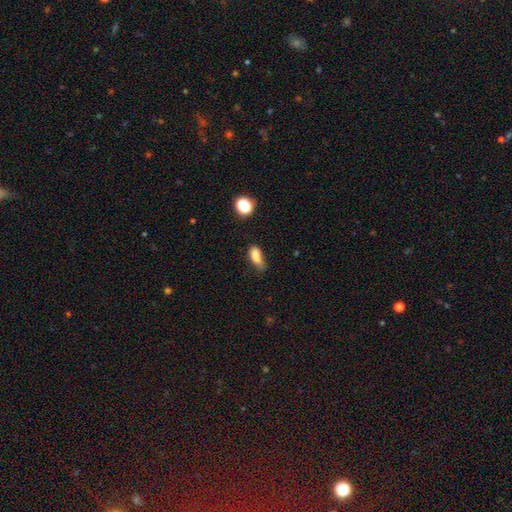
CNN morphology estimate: Q: Smooth or featured?
A: smooth (79%); runner-up: star or artifact (12%)
Q: How rounded?
A: in between (81%); runner-up: round (9%)
Q: Merging?
A: minor disturbance (36%); runner-up: none (32%)